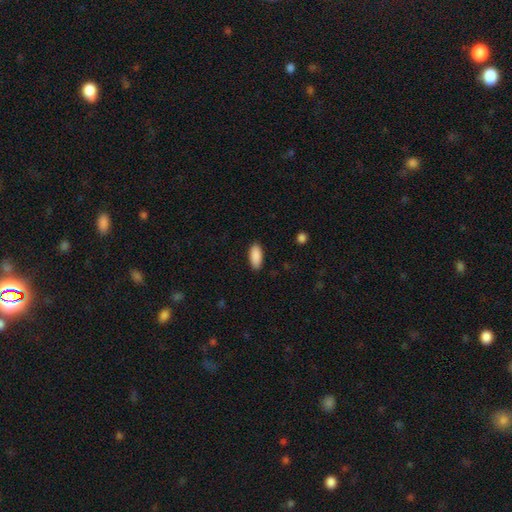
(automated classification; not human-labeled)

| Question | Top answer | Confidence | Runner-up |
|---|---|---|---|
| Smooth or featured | smooth | 91% | star or artifact (6%) |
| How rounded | in between | 88% | cigar-shaped (11%) |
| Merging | none | 88% | minor disturbance (9%) |